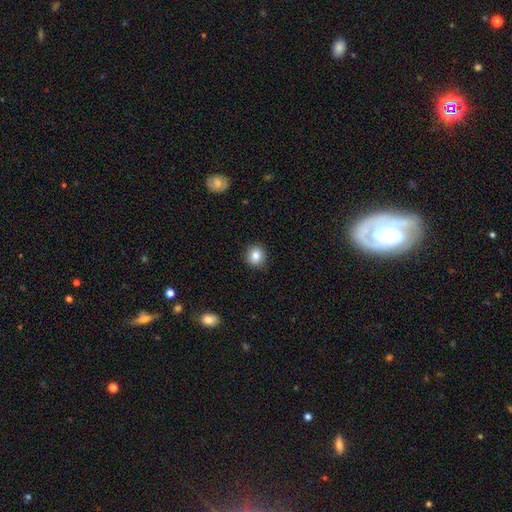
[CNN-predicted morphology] type=smooth (83%); roundness=round (88%); merging=none (91%).